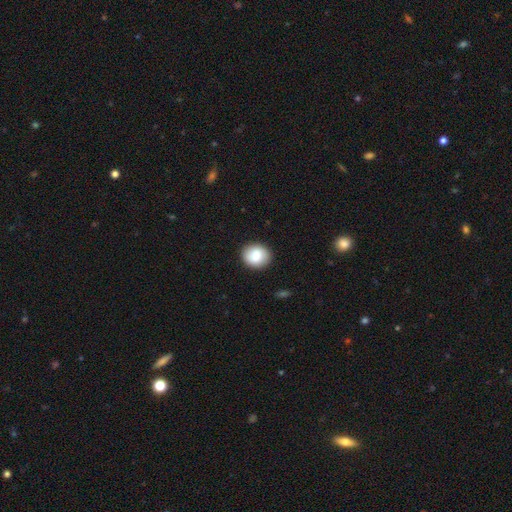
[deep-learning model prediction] This is clearly a smooth galaxy (84%). How rounded: likely round (75%). Merging: clearly none (90%).